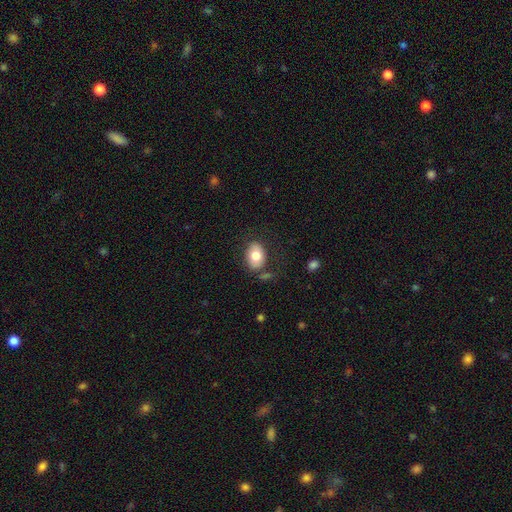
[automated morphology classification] A smooth galaxy with no disk features (79%) that is in between round and cigar-shaped (79%). Merging: none (75%).